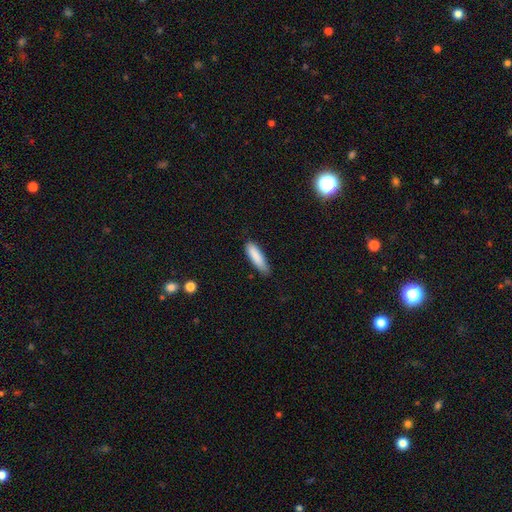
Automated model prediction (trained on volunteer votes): Q: Smooth or featured?
A: smooth (87%); runner-up: featured or disk (7%)
Q: How rounded?
A: cigar-shaped (61%); runner-up: in between (38%)
Q: Merging?
A: none (72%); runner-up: minor disturbance (23%)